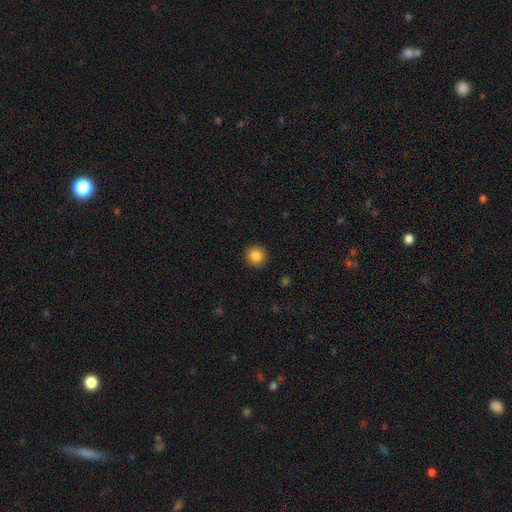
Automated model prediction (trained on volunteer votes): smooth 85%, star or artifact 10%, featured or disk 5%. Down the decision tree: how rounded — round (95%); merging — none (92%).